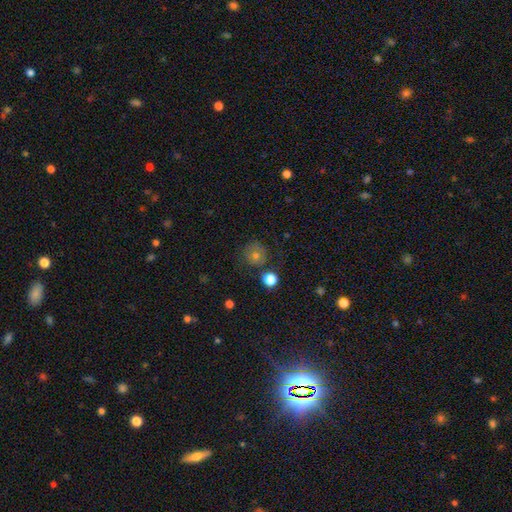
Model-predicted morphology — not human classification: Smooth or featured: smooth — 60% (featured or disk — 20%)
How rounded: round — 92% (in between — 7%)
Merging: none — 78% (minor disturbance — 13%)